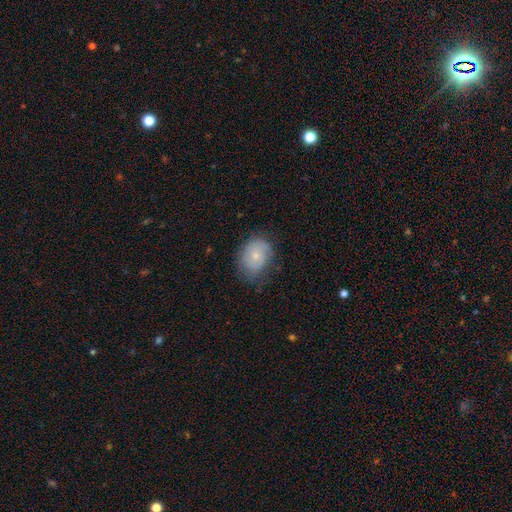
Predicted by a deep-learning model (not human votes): Overall: smooth (65%; featured or disk 27%). How rounded: in between (60%; round 39%). Merging: none (64%; minor disturbance 26%).